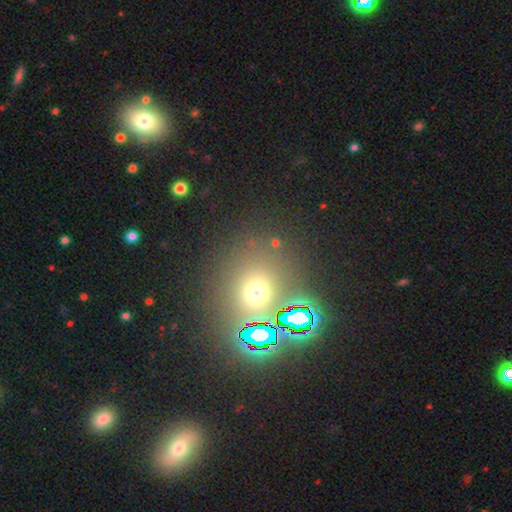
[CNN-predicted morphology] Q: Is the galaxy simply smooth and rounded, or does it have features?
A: smooth — 45%.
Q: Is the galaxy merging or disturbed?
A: none — 67%.